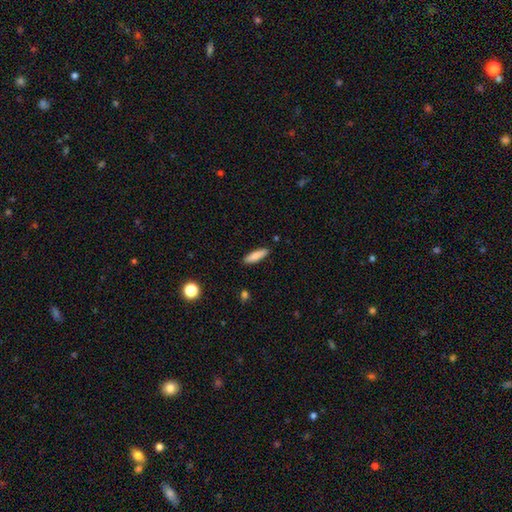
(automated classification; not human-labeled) A smooth galaxy with no disk features (86%) that is cigar-shaped (63%).

Vote fractions:
- Smooth or featured? smooth: 86% / featured or disk: 8% / star or artifact: 6%
- How rounded? cigar-shaped: 63% / in between: 36% / round: 2%
- Merging? none: 88% / minor disturbance: 9% / major disturbance: 2% / merger: 1%